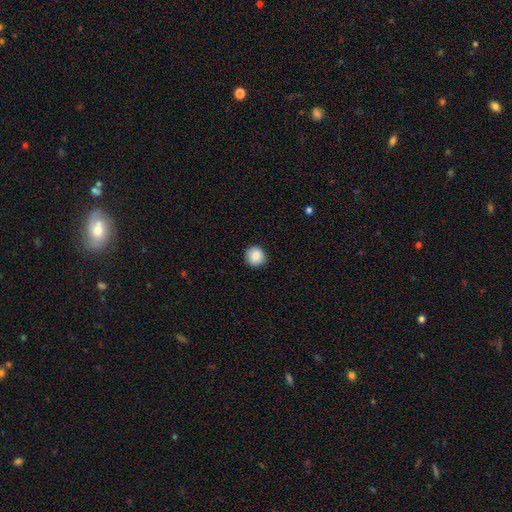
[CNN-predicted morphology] The model was most divided on "smooth or featured": smooth: 87%, star or artifact: 8%, featured or disk: 5%. More confident: how rounded — round (93%); merging — none (90%).